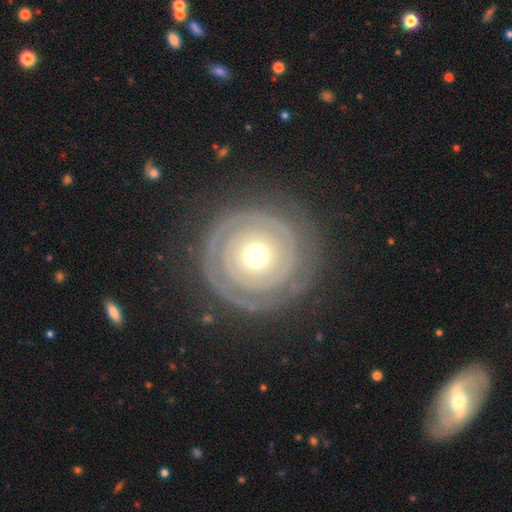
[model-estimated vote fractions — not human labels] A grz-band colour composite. It shows a featured or disk galaxy (77%) with no bar (87%), 1 (29%) tight (85%) spiral arms (77%) and a moderate central bulge (63%). Merging: none (79%).